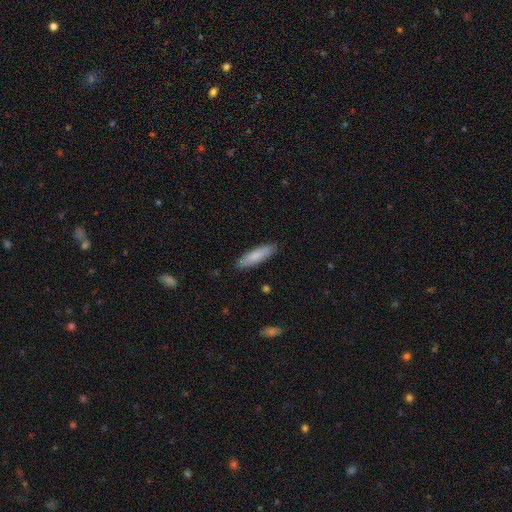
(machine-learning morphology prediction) smooth-or-featured: smooth: 81% | featured or disk: 14% | star or artifact: 5%
  how-rounded: cigar-shaped: 72% | in between: 27% | round: 1%
  merging: none: 88% | minor disturbance: 9% | major disturbance: 2% | merger: 1%